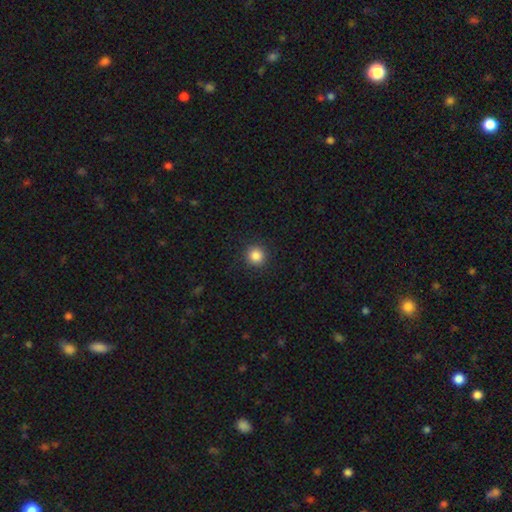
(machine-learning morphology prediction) type=smooth (86%); roundness=round (95%); merging=none (92%).